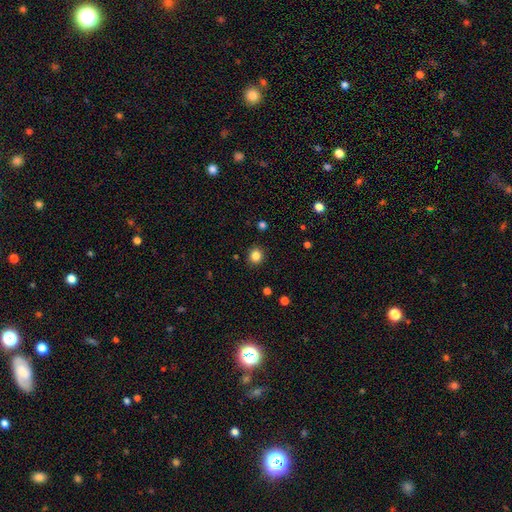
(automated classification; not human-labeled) Smooth or featured? smooth (84%)
How rounded? round (88%)
Merging? none (91%)